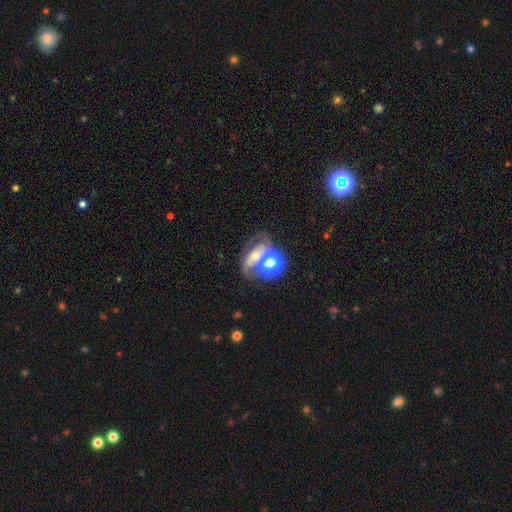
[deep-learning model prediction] featured or disk 43%, smooth 38%, star or artifact 19%. Down the decision tree: merging — merger (39%).